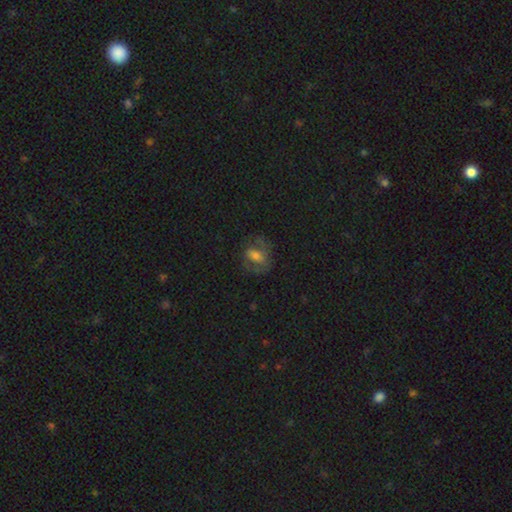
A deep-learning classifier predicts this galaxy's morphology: smooth 49%, featured or disk 38%, star or artifact 14%. Down the decision tree: merging — none (58%).